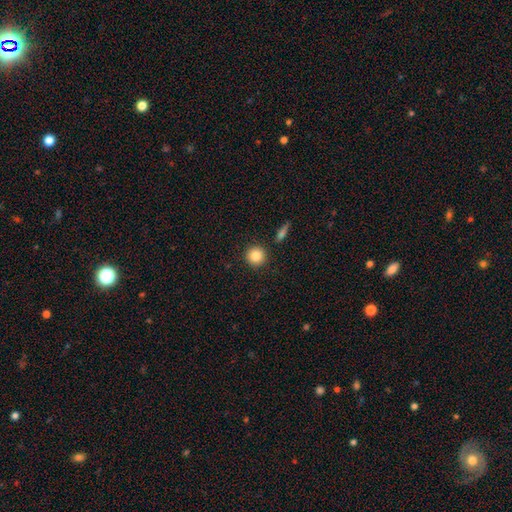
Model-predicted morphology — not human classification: A smooth galaxy with no disk features (86%) that is round (94%).

Vote fractions:
- Smooth or featured? smooth: 86% / star or artifact: 9% / featured or disk: 6%
- How rounded? round: 94% / in between: 5% / cigar-shaped: 1%
- Merging? none: 89% / minor disturbance: 6% / merger: 3% / major disturbance: 2%